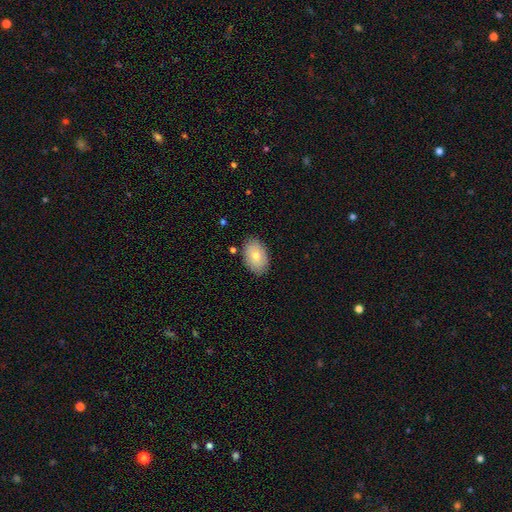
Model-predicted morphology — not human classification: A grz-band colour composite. It shows a smooth galaxy with no disk features (77%) that is in between round and cigar-shaped (89%). Merging: none (85%).